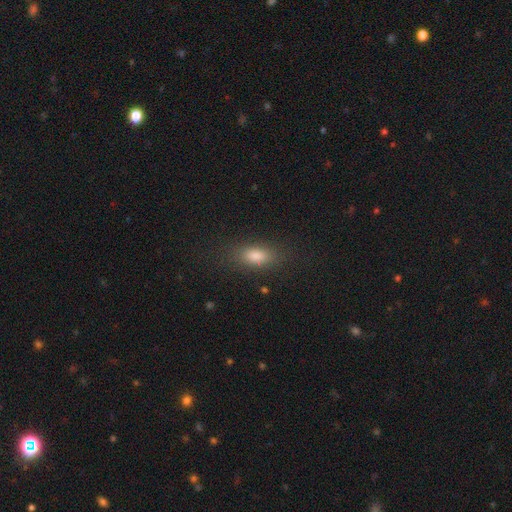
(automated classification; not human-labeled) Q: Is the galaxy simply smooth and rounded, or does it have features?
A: smooth — 80%.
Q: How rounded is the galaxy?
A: in between — 79%.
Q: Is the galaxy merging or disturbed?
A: none — 82%.